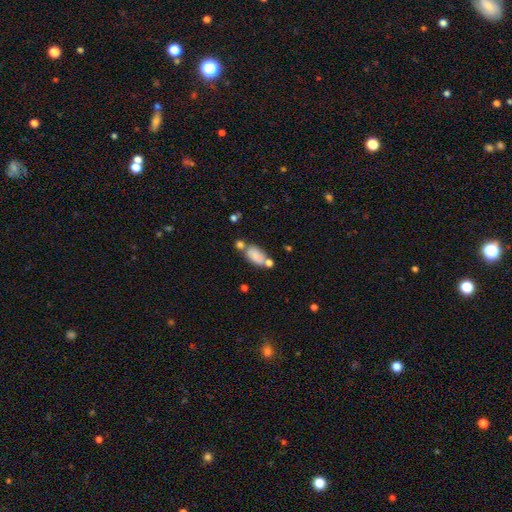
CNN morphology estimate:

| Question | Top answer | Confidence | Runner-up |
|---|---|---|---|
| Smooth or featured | smooth | 75% | featured or disk (16%) |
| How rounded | in between | 89% | cigar-shaped (6%) |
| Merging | none | 46% | merger (30%) |